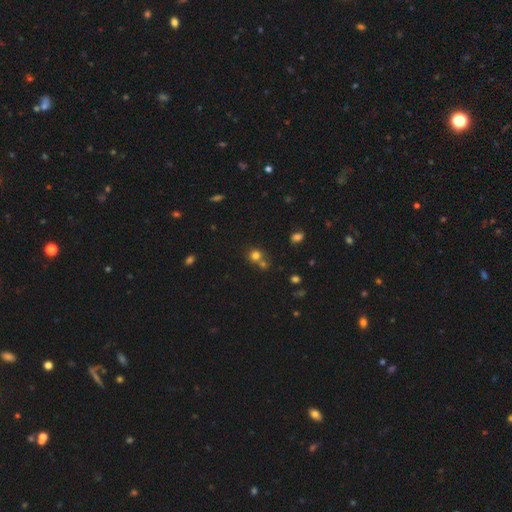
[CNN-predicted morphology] smooth_or_featured: smooth (p=0.73) [alt: star or artifact p=0.18]
how_rounded: round (p=0.85) [alt: in between p=0.14]
merging: none (p=0.53) [alt: merger p=0.36]